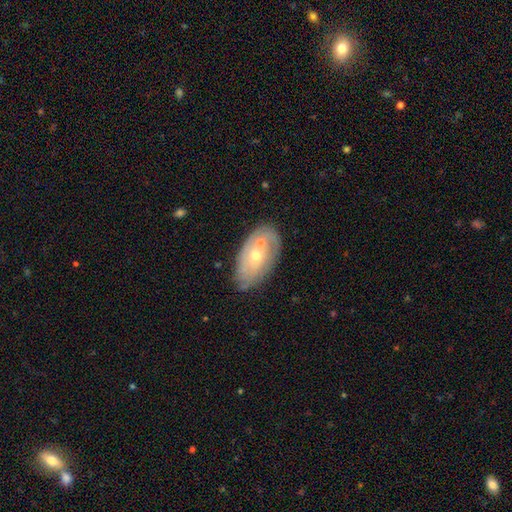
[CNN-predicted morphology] type=featured or disk (54%); edge-on=no (92%); merging=none (52%).